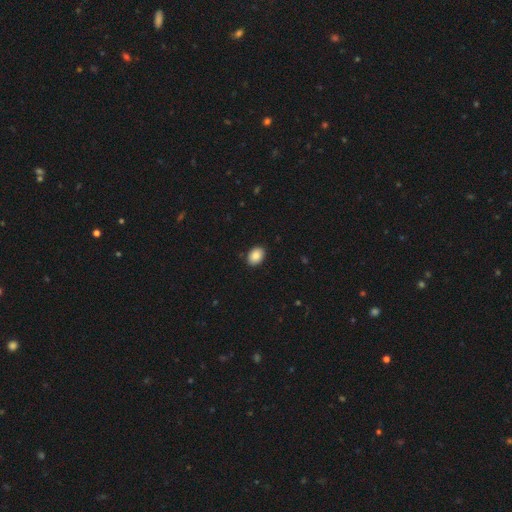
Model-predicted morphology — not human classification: Smooth or featured: smooth — 88% (star or artifact — 8%)
How rounded: in between — 75% (round — 24%)
Merging: none — 89% (minor disturbance — 8%)